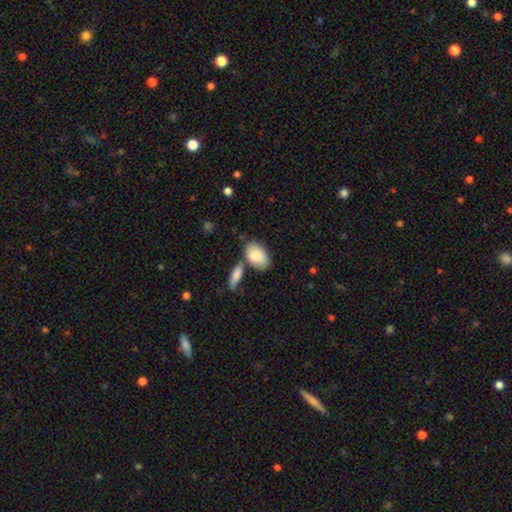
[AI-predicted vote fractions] smooth-or-featured: smooth: 80% | featured or disk: 14% | star or artifact: 5%
  how-rounded: in between: 91% | round: 7% | cigar-shaped: 2%
  merging: none: 56% | merger: 24% | minor disturbance: 16% | major disturbance: 5%